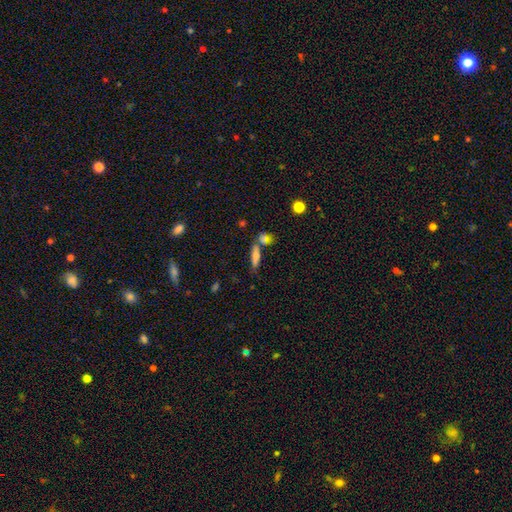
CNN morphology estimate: Smooth or featured? smooth (65%)
How rounded? cigar-shaped (64%)
Merging? none (58%)